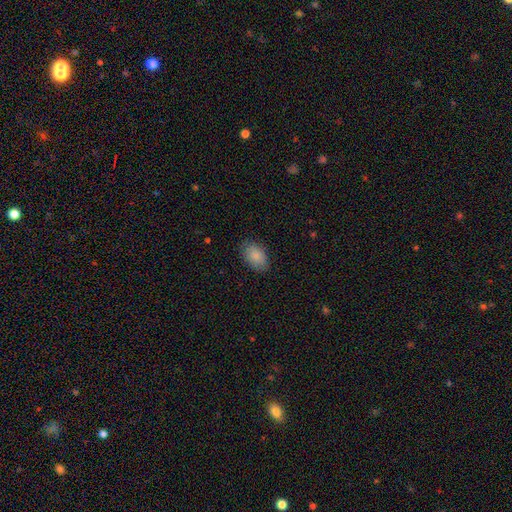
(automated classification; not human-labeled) Smooth or featured: smooth — 87% (star or artifact — 7%)
How rounded: in between — 90% (round — 9%)
Merging: none — 84% (minor disturbance — 12%)